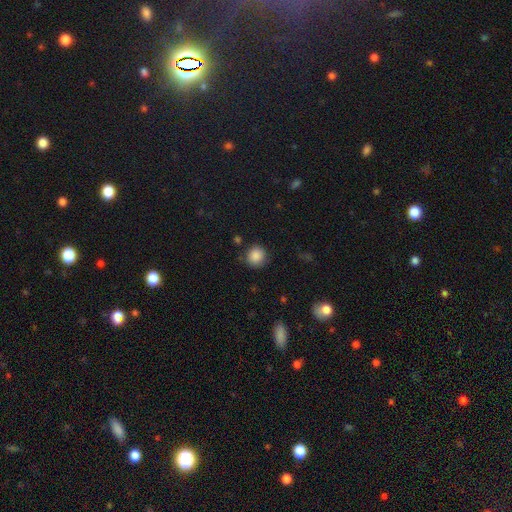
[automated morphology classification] Smooth or featured?
  - smooth: 87% *
  - star or artifact: 9%
  - featured or disk: 4%
How rounded?
  - round: 91% *
  - in between: 8%
  - cigar-shaped: 1%
Merging?
  - none: 85% *
  - minor disturbance: 10%
  - major disturbance: 3%
  - merger: 2%